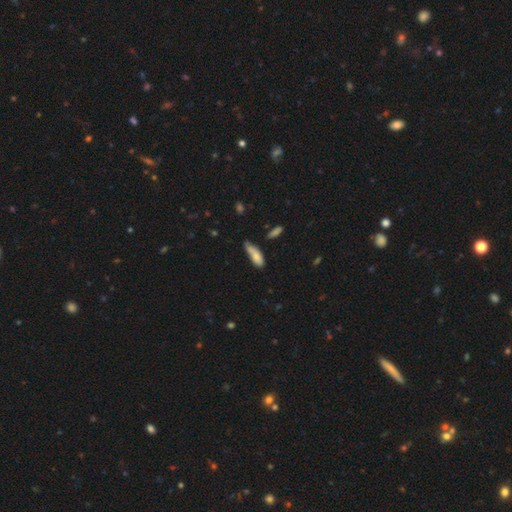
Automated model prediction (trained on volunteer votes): Smooth or featured?
  - smooth: 79% *
  - featured or disk: 14%
  - star or artifact: 7%
How rounded?
  - in between: 66% *
  - cigar-shaped: 32%
  - round: 2%
Merging?
  - minor disturbance: 38% * (tied)
  - none: 38% * (tied)
  - major disturbance: 13%
  - merger: 11%